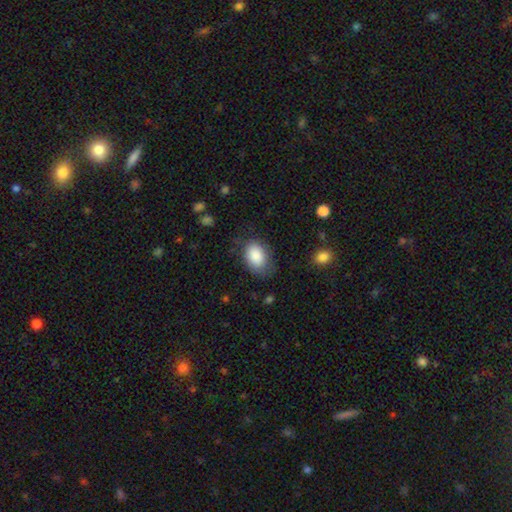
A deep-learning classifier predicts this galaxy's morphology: This is clearly a smooth galaxy (87%). How rounded: clearly in between (86%). Merging: likely none (71%).